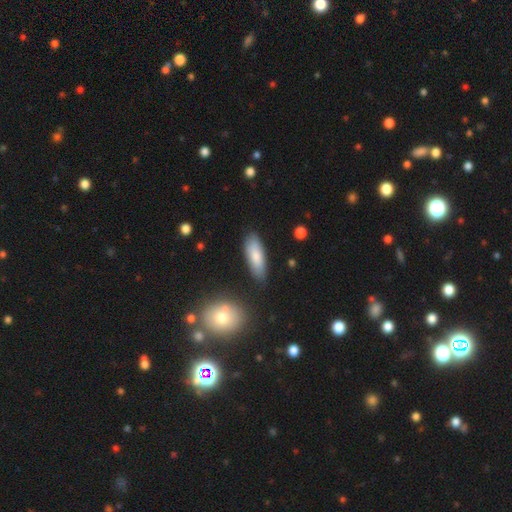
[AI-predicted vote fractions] smooth 80%, featured or disk 14%, star or artifact 6%. Down the decision tree: how rounded — in between (66%); merging — none (81%).